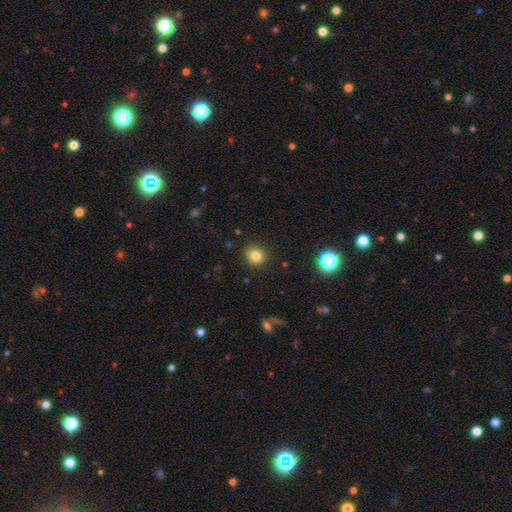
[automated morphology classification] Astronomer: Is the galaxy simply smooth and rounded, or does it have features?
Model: smooth — 82%.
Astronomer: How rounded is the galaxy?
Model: round — 81%.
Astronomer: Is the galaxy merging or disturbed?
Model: none — 87%.